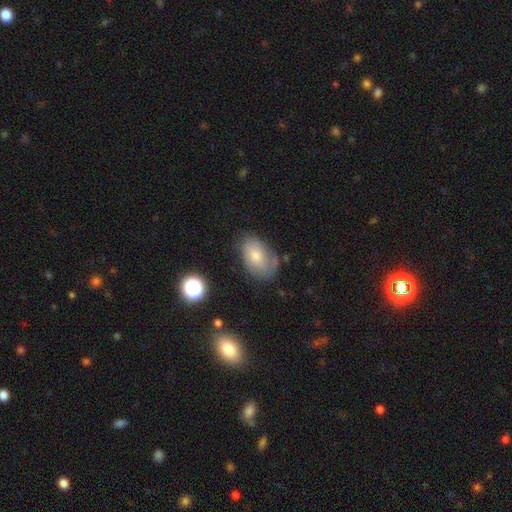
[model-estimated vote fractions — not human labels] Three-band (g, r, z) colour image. It shows a smooth galaxy with no disk features (55%) that is in between round and cigar-shaped (88%). Merging: none (61%).